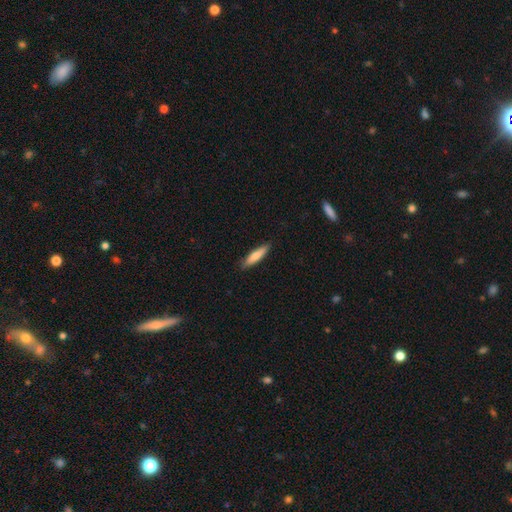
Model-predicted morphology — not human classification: Smooth or featured? smooth (78%)
How rounded? cigar-shaped (77%)
Merging? none (87%)